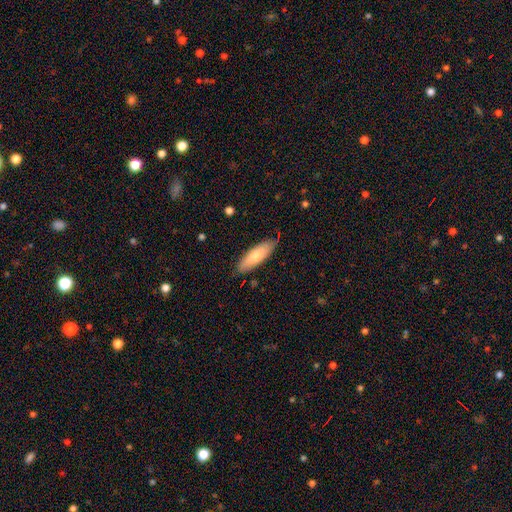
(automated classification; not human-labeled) Smooth or featured? smooth (73%)
How rounded? in between (50%)
Merging? none (81%)